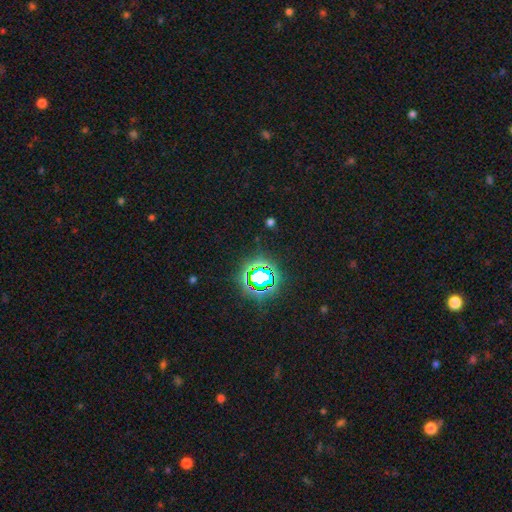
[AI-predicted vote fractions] star or artifact 79%, smooth 14%, featured or disk 7%.